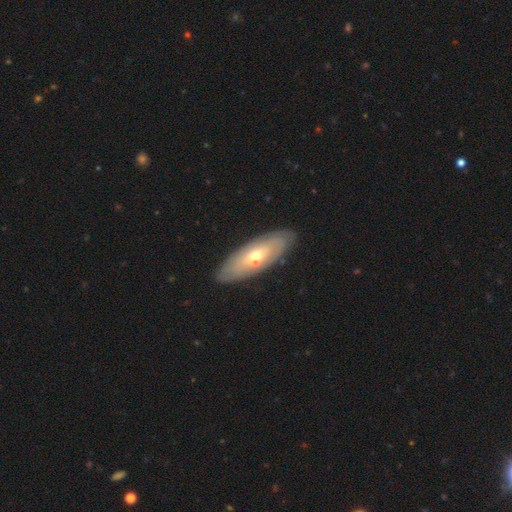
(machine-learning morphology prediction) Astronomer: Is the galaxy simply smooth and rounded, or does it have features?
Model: featured or disk — 54% (runner-up: smooth, 39%).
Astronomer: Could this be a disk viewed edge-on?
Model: no — 69%.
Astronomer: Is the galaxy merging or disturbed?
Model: none — 86%.